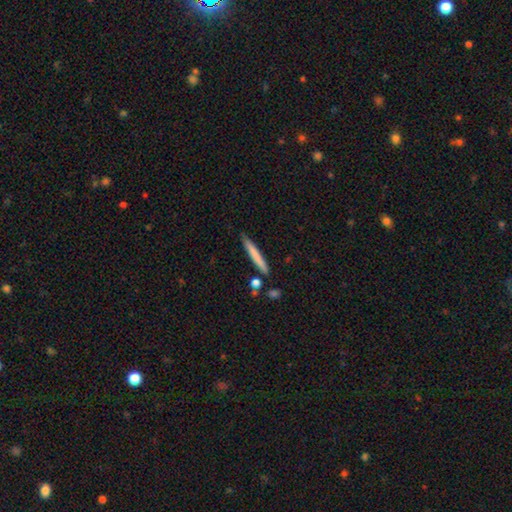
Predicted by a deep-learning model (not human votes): smooth-or-featured: smooth: 72% | featured or disk: 22% | star or artifact: 6%
  how-rounded: cigar-shaped: 96% | in between: 3% | round: 1%
  merging: none: 83% | minor disturbance: 10% | merger: 4% | major disturbance: 2%